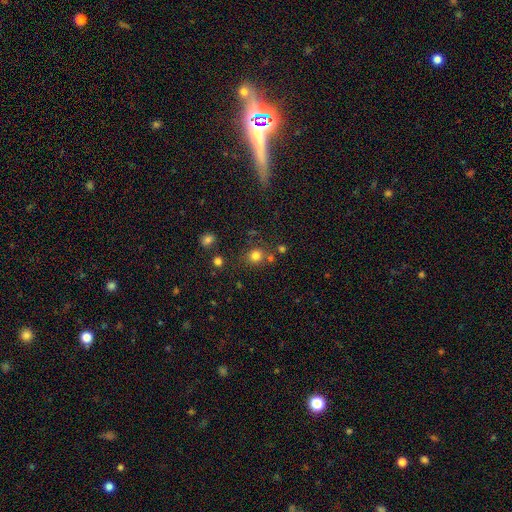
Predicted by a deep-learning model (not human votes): A smooth galaxy with no disk features (78%) that is round (85%). Merging: none (73%).